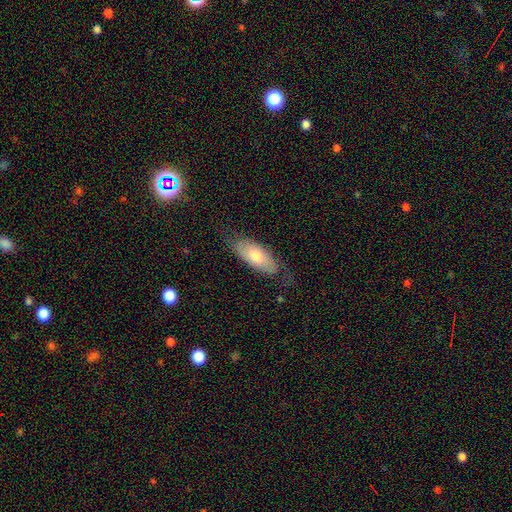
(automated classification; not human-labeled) This appears to be a smooth galaxy with no disk features (58%) that is in between round and cigar-shaped (84%). Merging: none (66%).